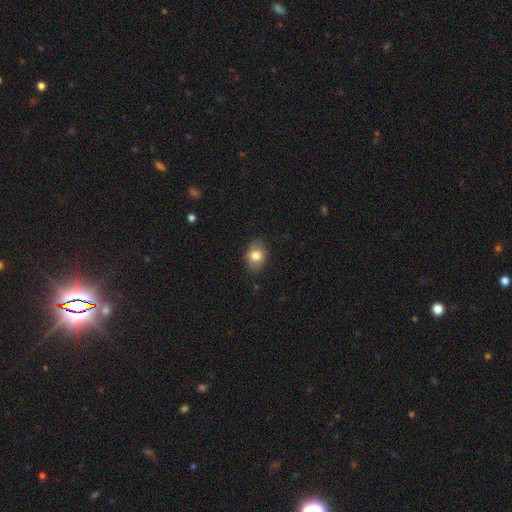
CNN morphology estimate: This is clearly a smooth galaxy (80%). How rounded: likely in between (66%). Merging: clearly none (83%).